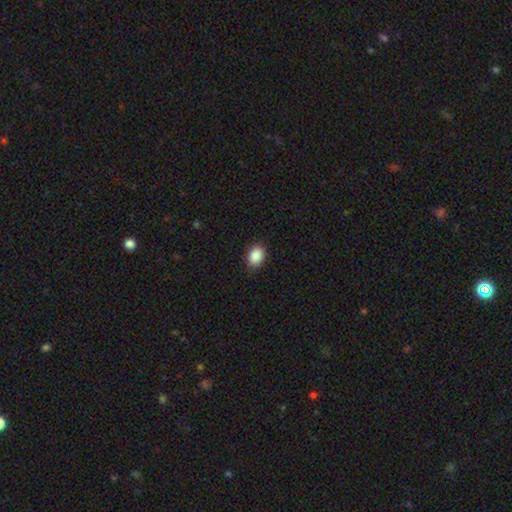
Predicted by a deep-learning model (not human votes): Smooth or featured? smooth (89%)
How rounded? in between (80%)
Merging? none (88%)